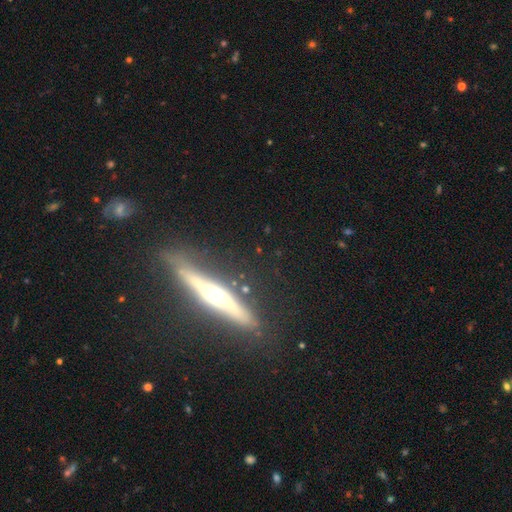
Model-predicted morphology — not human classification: A featured or disk galaxy (81%) viewed edge-on (96%) with a rounded central bulge (88%).

Vote fractions:
- Smooth or featured? featured or disk: 81% / smooth: 13% / star or artifact: 6%
- Edge-on disk? yes: 96% / no: 4%
- Edge-on bulge? rounded: 88% / none: 7% / boxy: 5%
- Merging? none: 82% / minor disturbance: 12% / major disturbance: 3% / merger: 2%